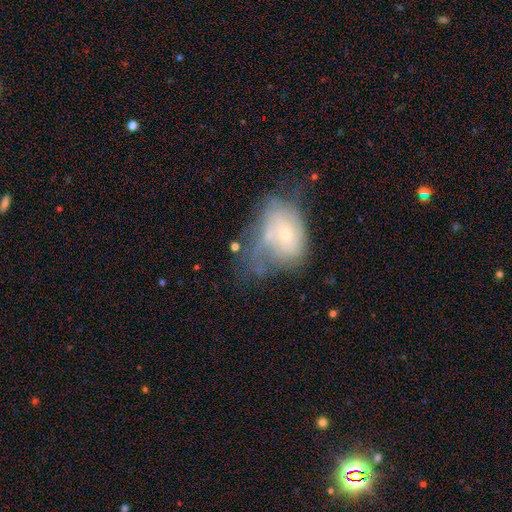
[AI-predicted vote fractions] A featured or disk galaxy (48%). Merging: none (33%).